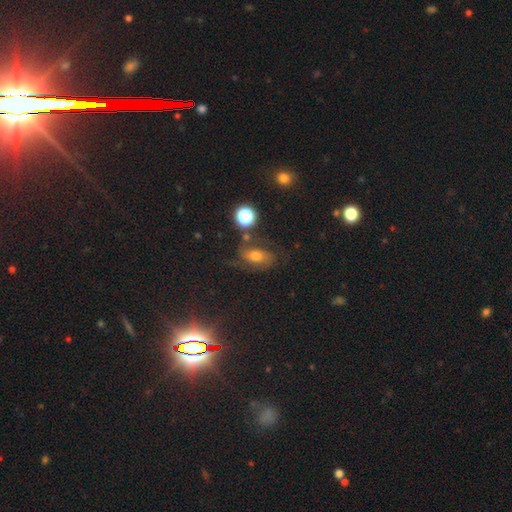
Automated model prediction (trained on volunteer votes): The model was most divided on "smooth or featured": featured or disk: 45%, smooth: 37%, star or artifact: 18%. More confident: merging — none (56%).